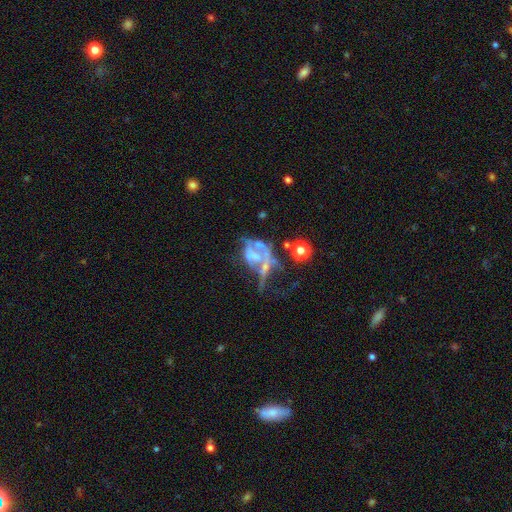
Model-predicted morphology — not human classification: smooth-or-featured: featured or disk: 61% | smooth: 21% | star or artifact: 18%
  disk-edge-on: no: 96% | yes: 4%
    bar: no: 84% | weak: 10% | strong: 6%
    has-spiral-arms: no: 84% | yes: 16%
    bulge-size: none: 62% | moderate: 16% | small: 16% | large: 5% | dominant: 2%
  merging: major disturbance: 39% | merger: 33% | none: 16% | minor disturbance: 12%